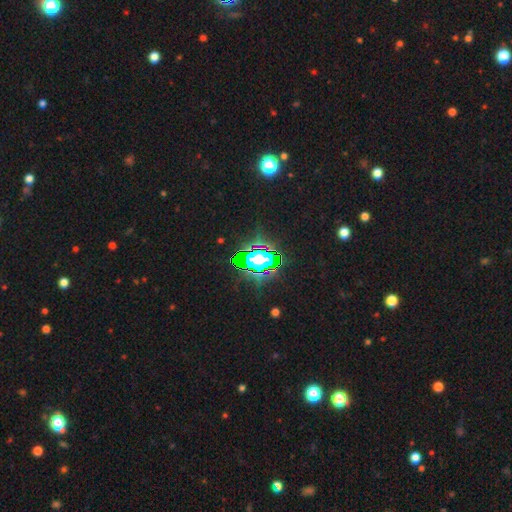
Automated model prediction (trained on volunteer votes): Smooth or featured?
  - star or artifact: 64% *
  - smooth: 21%
  - featured or disk: 16%